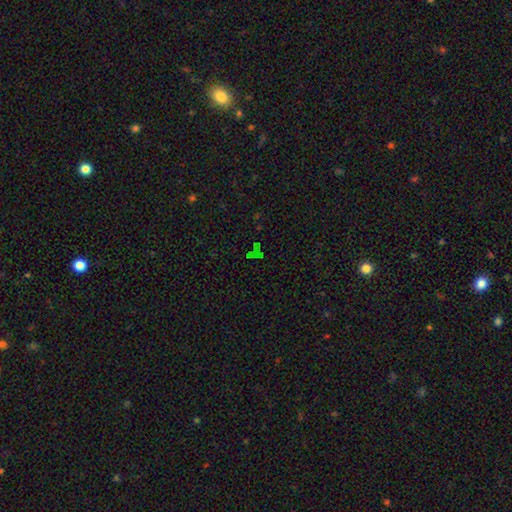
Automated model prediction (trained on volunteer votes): star or artifact 66%, smooth 24%, featured or disk 10%.